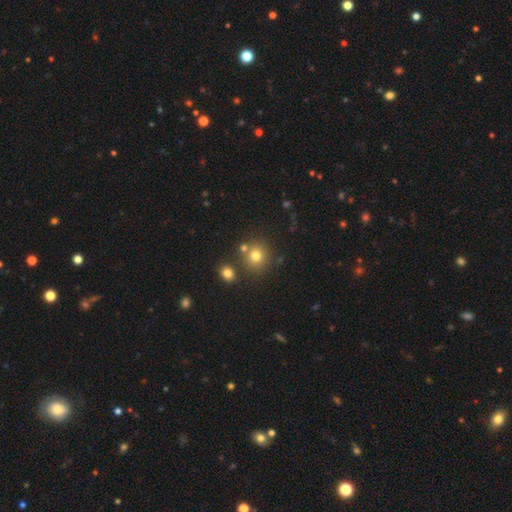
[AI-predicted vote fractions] Overall: smooth (76%). How rounded: round (88%). Merging: none (74%).